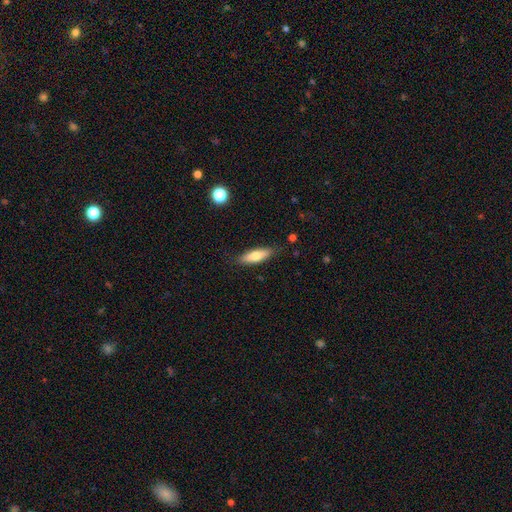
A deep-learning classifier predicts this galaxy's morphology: A smooth galaxy with no disk features (70%) that is in between round and cigar-shaped (50%).

Vote fractions:
- Smooth or featured? smooth: 70% / featured or disk: 24% / star or artifact: 6%
- How rounded? in between: 50% / cigar-shaped: 47% / round: 2%
- Merging? none: 83% / minor disturbance: 13% / major disturbance: 3% / merger: 1%